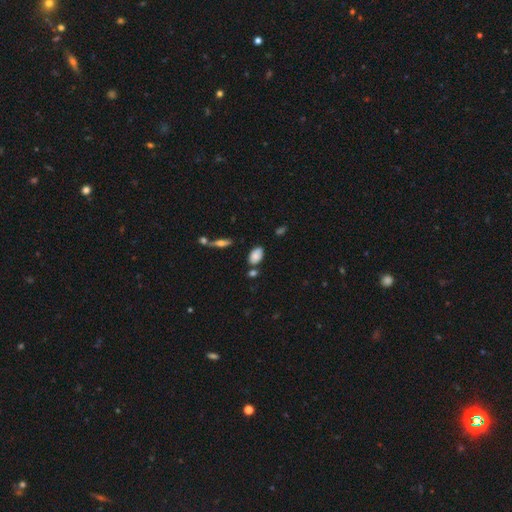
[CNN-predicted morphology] Overall: smooth (82%). How rounded: in between (89%). Merging: none (70%).